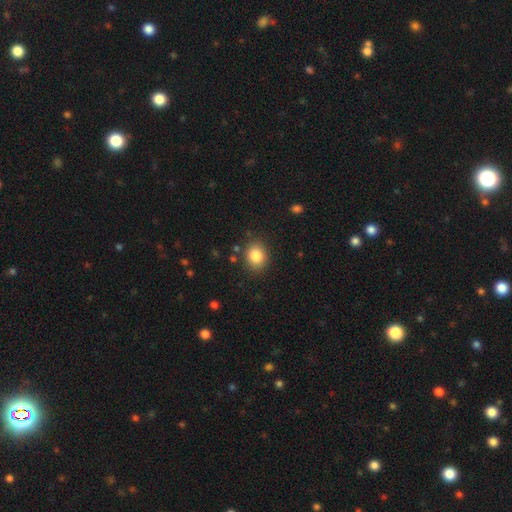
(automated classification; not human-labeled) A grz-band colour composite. It shows a smooth galaxy with no disk features (84%) that is round (58%). Merging: none (86%).